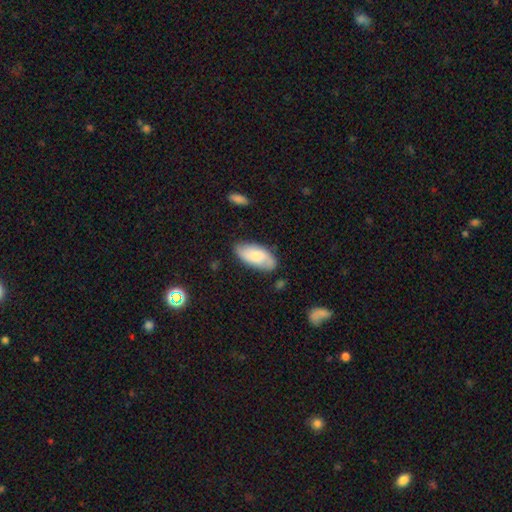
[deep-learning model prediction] The model was most divided on "smooth or featured": smooth: 66%, featured or disk: 27%, star or artifact: 6%. More confident: how rounded — in between (92%); merging — none (74%).